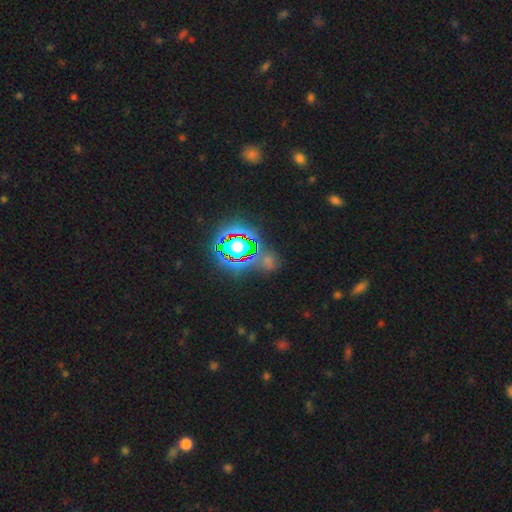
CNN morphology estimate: The model was most divided on "smooth or featured": star or artifact: 80%, smooth: 12%, featured or disk: 8%.